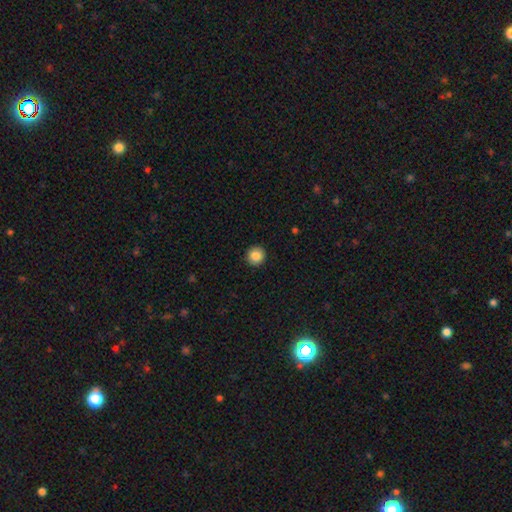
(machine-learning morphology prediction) A smooth galaxy with no disk features (86%) that is round (95%). Merging: none (93%).